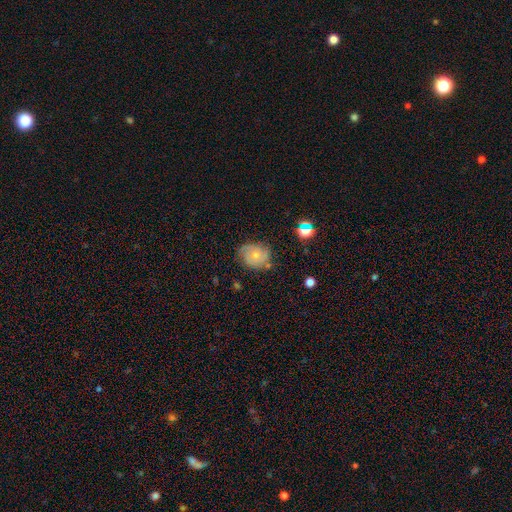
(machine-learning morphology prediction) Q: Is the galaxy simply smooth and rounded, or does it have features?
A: smooth — 48%.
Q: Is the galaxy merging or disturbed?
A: none — 63%.